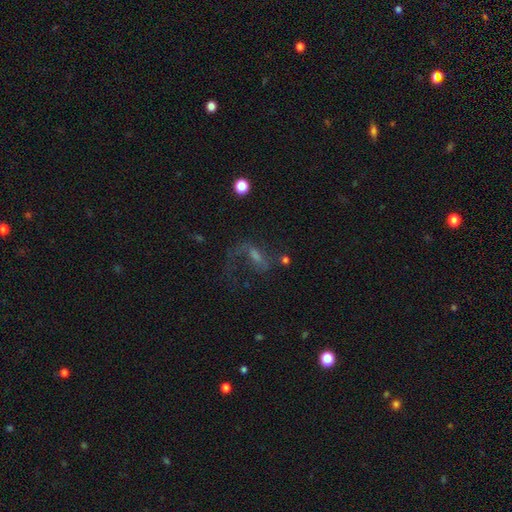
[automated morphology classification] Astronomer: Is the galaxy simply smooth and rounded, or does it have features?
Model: featured or disk — 59%.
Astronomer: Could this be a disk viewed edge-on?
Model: no — 92%.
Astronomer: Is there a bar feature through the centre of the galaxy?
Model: no — 45% (runner-up: weak, 39%).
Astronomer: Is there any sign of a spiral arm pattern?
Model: yes — 76%.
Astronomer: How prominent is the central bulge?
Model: small — 41% (runner-up: moderate, 32%).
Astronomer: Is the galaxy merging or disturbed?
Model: none — 41% (runner-up: major disturbance, 38%).